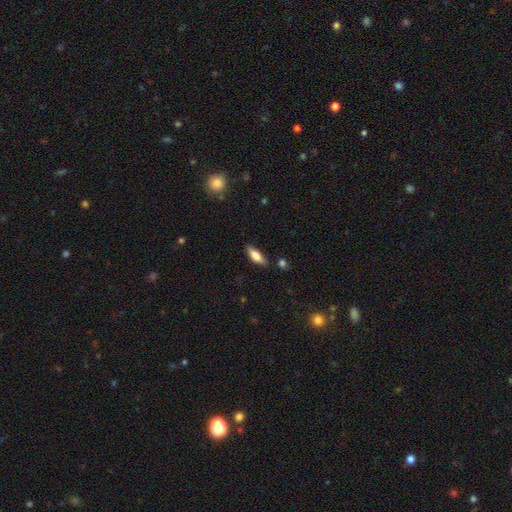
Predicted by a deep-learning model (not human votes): The model was most divided on "how rounded": in between: 67%, cigar-shaped: 30%, round: 2%. More confident: smooth or featured — smooth (78%); merging — none (75%).